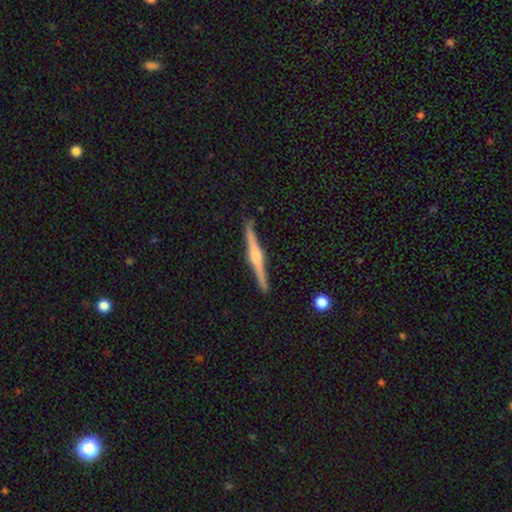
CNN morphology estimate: A featured or disk galaxy (79%) viewed edge-on (99%) with a rounded central bulge (83%).

Vote fractions:
- Smooth or featured? featured or disk: 79% / smooth: 16% / star or artifact: 5%
- Edge-on disk? yes: 99% / no: 1%
- Edge-on bulge? rounded: 83% / boxy: 12% / none: 5%
- Merging? none: 91% / minor disturbance: 7% / major disturbance: 1% / merger: 1%